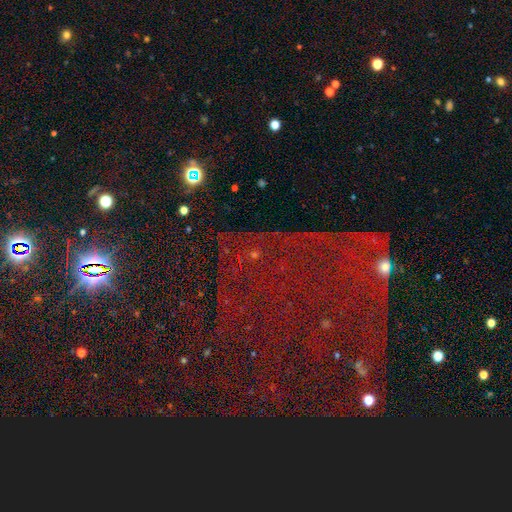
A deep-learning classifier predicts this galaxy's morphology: star or artifact 74%, featured or disk 13%, smooth 12%.